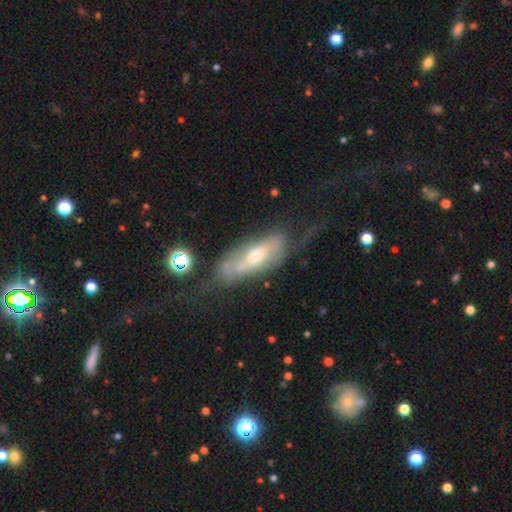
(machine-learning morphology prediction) The model was most divided on "merging": none: 41%, major disturbance: 31%, minor disturbance: 23%, merger: 5%. More confident: edge-on disk — no (74%); smooth or featured — featured or disk (67%).